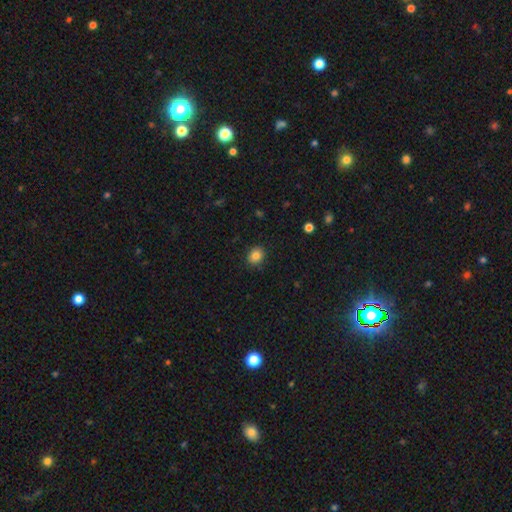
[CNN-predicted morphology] Smooth or featured: smooth — 82% (star or artifact — 10%)
How rounded: round — 58% (in between — 41%)
Merging: none — 88% (minor disturbance — 9%)